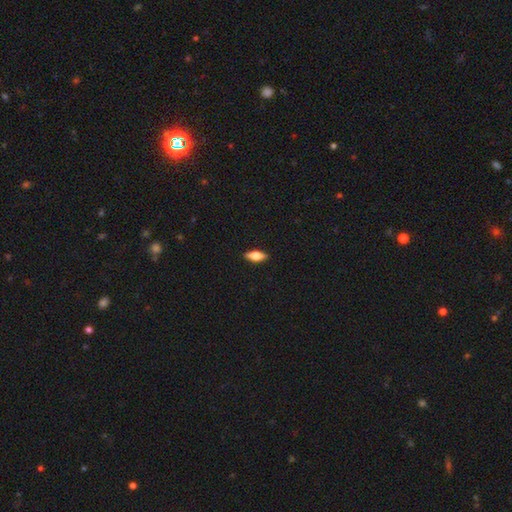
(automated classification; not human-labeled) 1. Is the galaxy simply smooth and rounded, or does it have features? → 57% smooth, 37% featured or disk, 7% star or artifact.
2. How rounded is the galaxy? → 70% in between, 27% cigar-shaped, 4% round.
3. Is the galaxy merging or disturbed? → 90% none, 7% minor disturbance, 2% major disturbance, 1% merger.